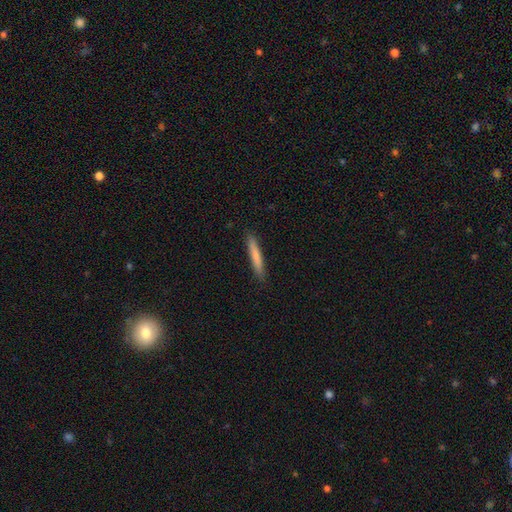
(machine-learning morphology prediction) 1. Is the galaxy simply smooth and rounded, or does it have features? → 77% smooth, 18% featured or disk, 6% star or artifact.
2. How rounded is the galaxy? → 94% cigar-shaped, 4% in between, 1% round.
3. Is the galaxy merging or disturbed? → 89% none, 8% minor disturbance, 2% major disturbance, 1% merger.